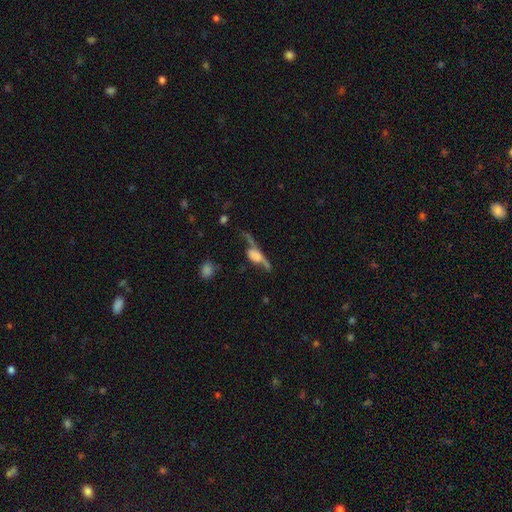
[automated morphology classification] Q: Smooth or featured?
A: featured or disk (52%); runner-up: smooth (36%)
Q: Edge-on disk?
A: yes (58%); runner-up: no (42%)
Q: Merging?
A: none (31%); tied with: major disturbance (31%)